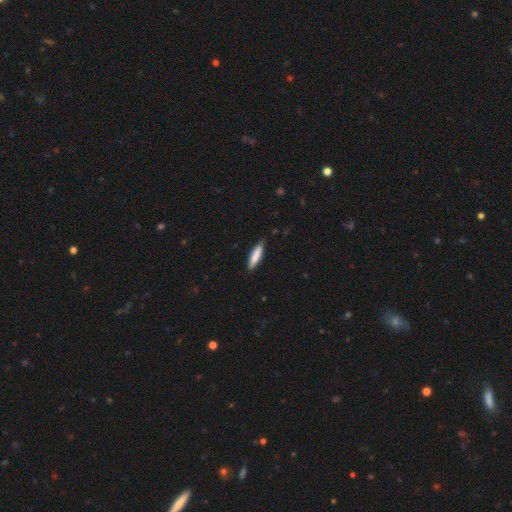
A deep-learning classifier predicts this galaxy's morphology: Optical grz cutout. It shows a smooth galaxy with no disk features (80%) that is cigar-shaped (79%). Merging: none (84%).